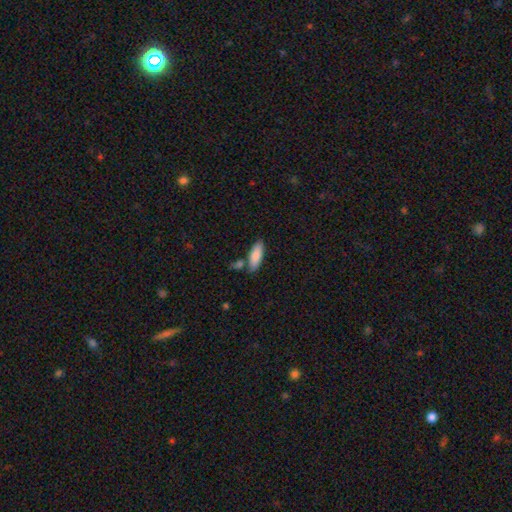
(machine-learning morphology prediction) Overall: smooth (84%). How rounded: in between (68%; cigar-shaped 30%). Merging: none (74%).